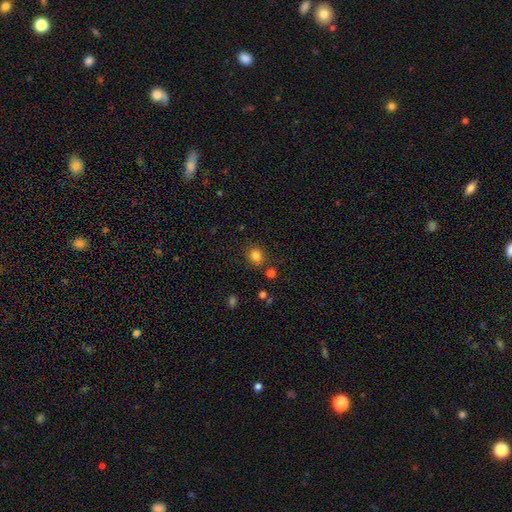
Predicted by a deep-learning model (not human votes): Smooth or featured? smooth (79%)
How rounded? round (81%)
Merging? none (78%)